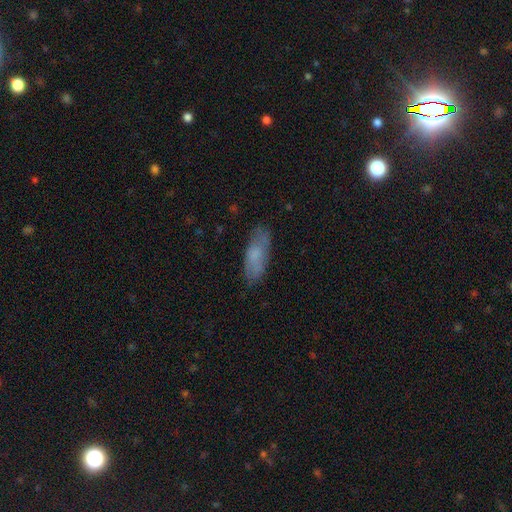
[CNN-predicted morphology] Smooth or featured: smooth — 70% (featured or disk — 23%)
How rounded: in between — 70% (cigar-shaped — 29%)
Merging: none — 76% (minor disturbance — 18%)